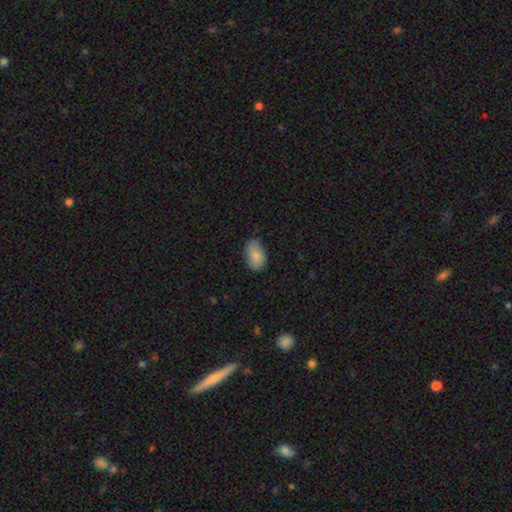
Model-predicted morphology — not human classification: This appears to be a smooth galaxy with no disk features (84%) that is in between round and cigar-shaped (91%). Merging: none (78%).